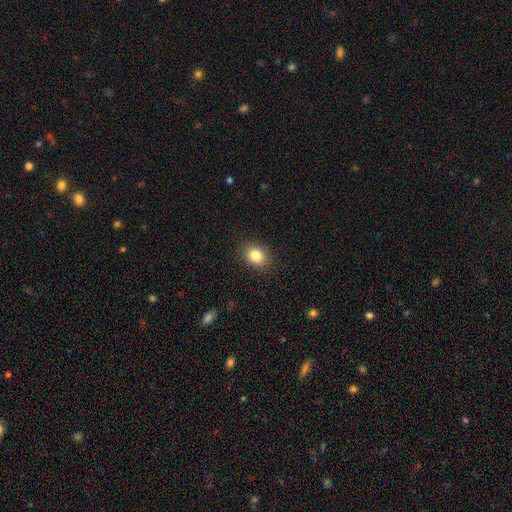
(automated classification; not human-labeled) smooth 84%, star or artifact 10%, featured or disk 7%. Down the decision tree: how rounded — in between (57%); merging — none (88%).